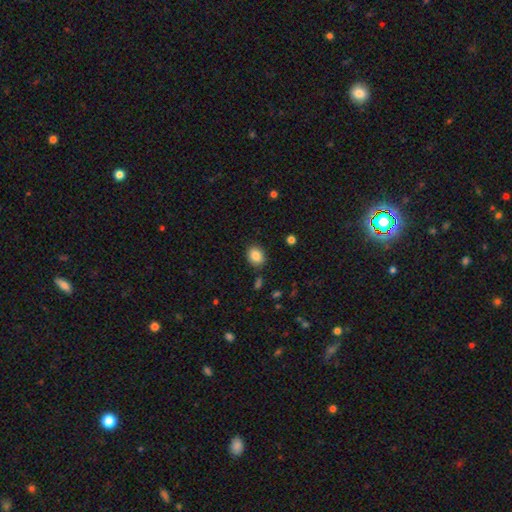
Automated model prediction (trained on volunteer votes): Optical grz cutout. It shows a smooth galaxy with no disk features (86%) that is in between round and cigar-shaped (54%). Merging: none (84%).